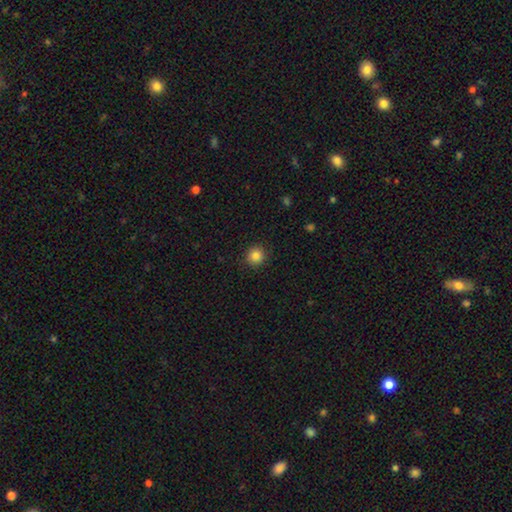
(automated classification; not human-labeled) smooth-or-featured: smooth: 84% | star or artifact: 11% | featured or disk: 5%
  how-rounded: round: 92% | in between: 7% | cigar-shaped: 1%
  merging: none: 91% | minor disturbance: 6% | major disturbance: 2% | merger: 1%